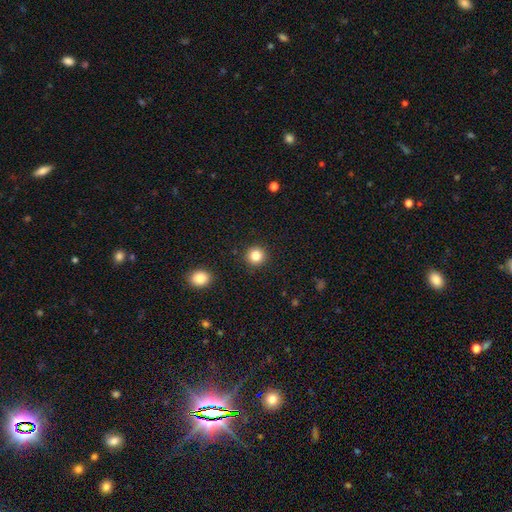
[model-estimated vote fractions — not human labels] Overall: smooth (83%). How rounded: round (94%). Merging: none (92%).